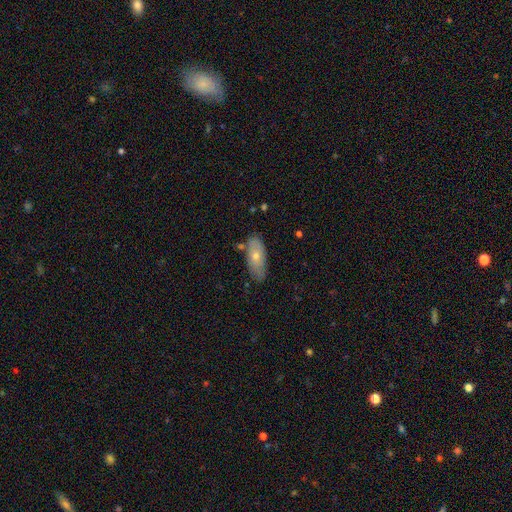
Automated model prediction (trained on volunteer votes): A smooth galaxy with no disk features (58%) that is in between round and cigar-shaped (75%).

Vote fractions:
- Smooth or featured? smooth: 58% / featured or disk: 35% / star or artifact: 7%
- How rounded? in between: 75% / cigar-shaped: 22% / round: 3%
- Merging? none: 77% / minor disturbance: 16% / merger: 4% / major disturbance: 3%